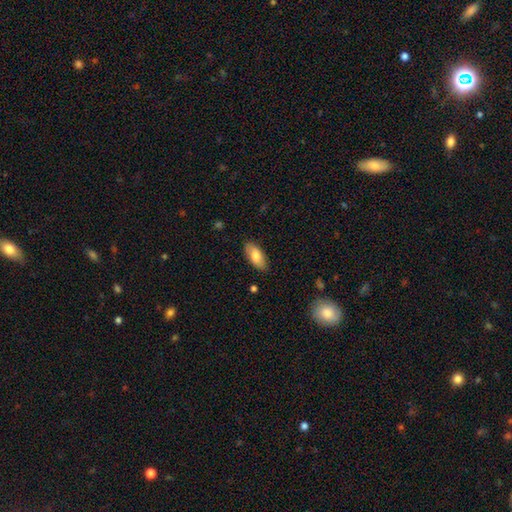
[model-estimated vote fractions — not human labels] This is likely a smooth galaxy (79%). How rounded: clearly in between (89%). Merging: clearly none (85%).